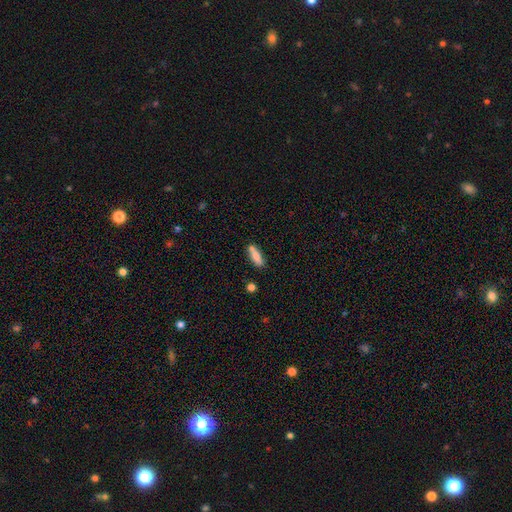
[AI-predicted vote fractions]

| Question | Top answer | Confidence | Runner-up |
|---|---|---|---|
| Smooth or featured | smooth | 75% | featured or disk (18%) |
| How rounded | cigar-shaped | 52% | in between (46%) |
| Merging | none | 67% | minor disturbance (15%) |